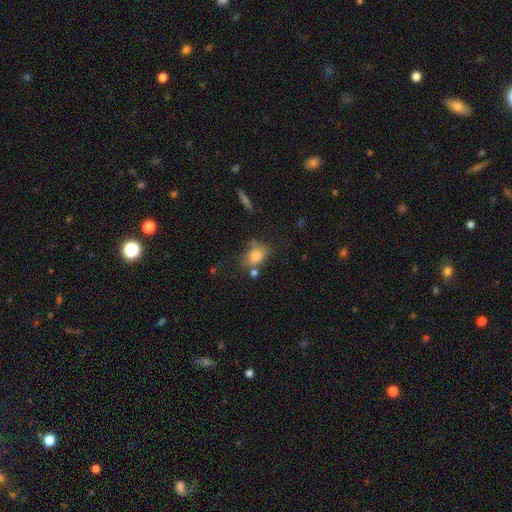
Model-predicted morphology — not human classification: Smooth or featured? Predicted: smooth (p=0.80). How rounded? Predicted: in between (p=0.69). Merging? Predicted: none (p=0.60).